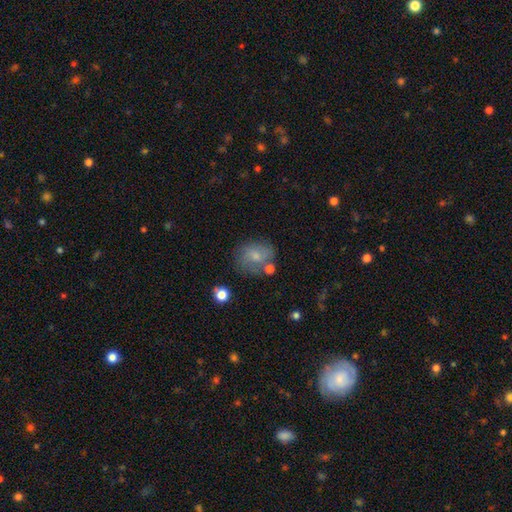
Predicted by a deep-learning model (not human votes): This is possibly a smooth galaxy (57%). How rounded: possibly round (60%). Merging: possibly none (57%).